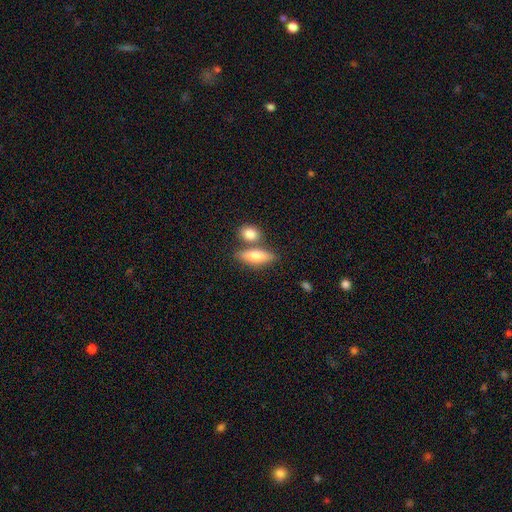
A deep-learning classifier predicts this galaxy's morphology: Smooth or featured?
  - smooth: 71% *
  - featured or disk: 23%
  - star or artifact: 6%
How rounded?
  - in between: 59% *
  - cigar-shaped: 35%
  - round: 5%
Merging?
  - none: 58% *
  - merger: 27%
  - minor disturbance: 11%
  - major disturbance: 3%